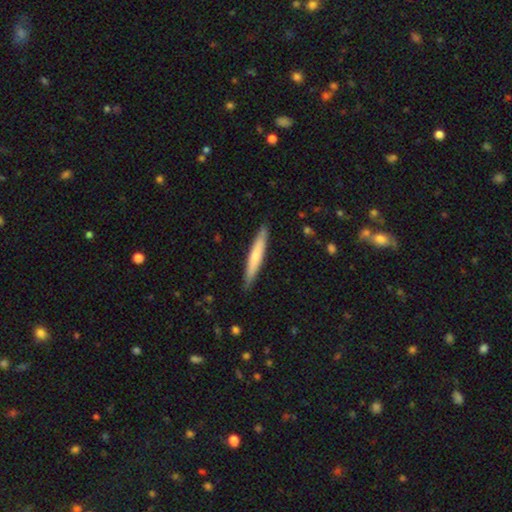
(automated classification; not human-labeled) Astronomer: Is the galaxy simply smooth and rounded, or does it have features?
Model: smooth — 64%.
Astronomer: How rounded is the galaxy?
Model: cigar-shaped — 94%.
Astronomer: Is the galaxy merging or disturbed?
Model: none — 89%.